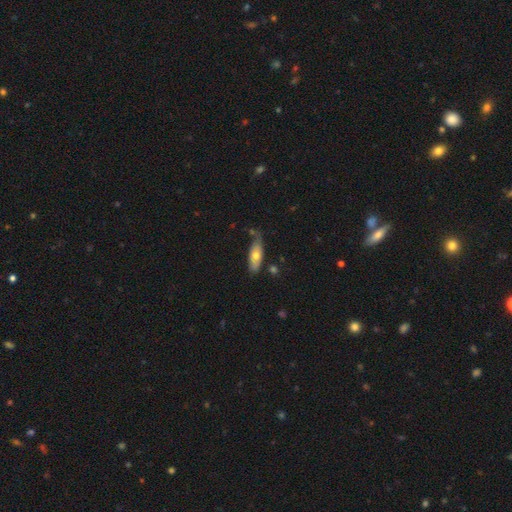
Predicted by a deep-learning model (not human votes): Smooth or featured: smooth — 61% (featured or disk — 33%)
How rounded: in between — 63% (cigar-shaped — 34%)
Merging: none — 60% (minor disturbance — 27%)